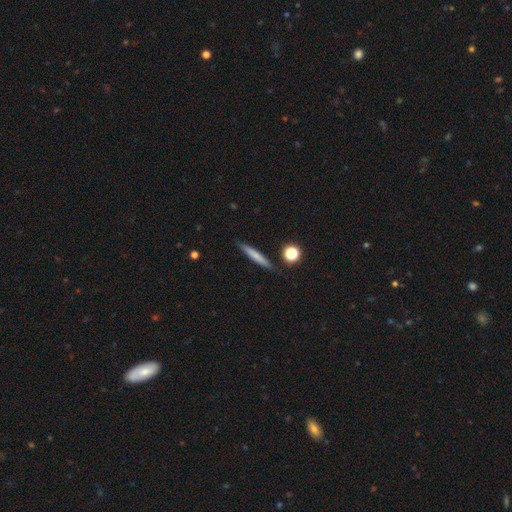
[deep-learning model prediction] Morphology: type=smooth (69%); roundness=cigar-shaped (93%); merging=none (87%).